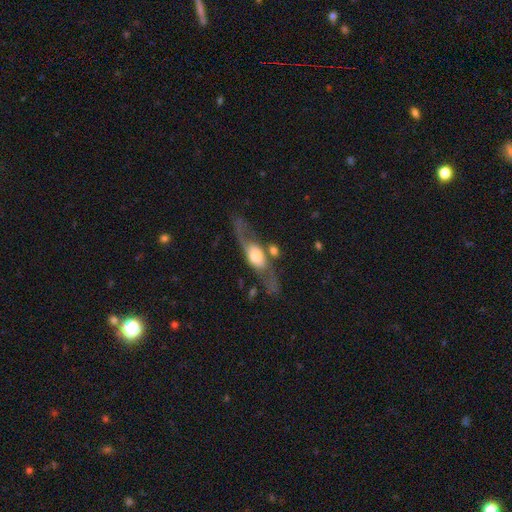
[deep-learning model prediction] Q: Smooth or featured?
A: featured or disk (69%); runner-up: smooth (25%)
Q: Edge-on disk?
A: no (65%); runner-up: yes (35%)
Q: Merging?
A: none (58%); runner-up: minor disturbance (17%)